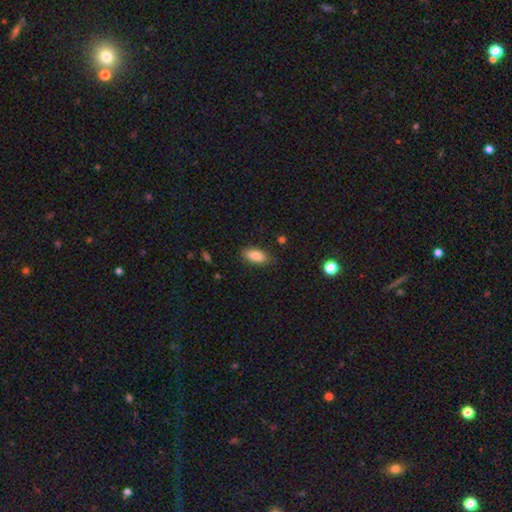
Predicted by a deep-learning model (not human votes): Morphology: type=smooth (86%); roundness=in between (86%); merging=none (84%).